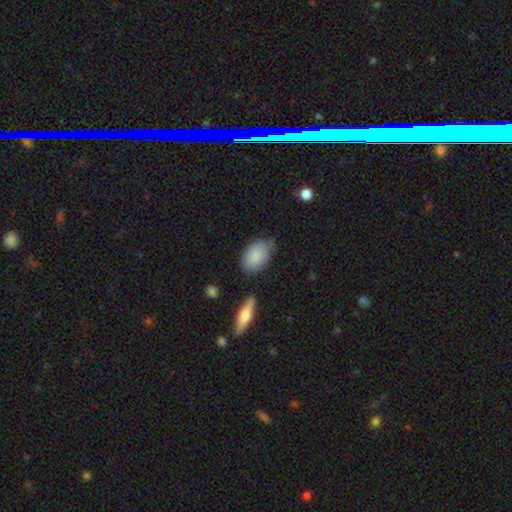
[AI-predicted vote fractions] This is clearly a smooth galaxy (84%). How rounded: clearly in between (90%). Merging: likely none (73%).